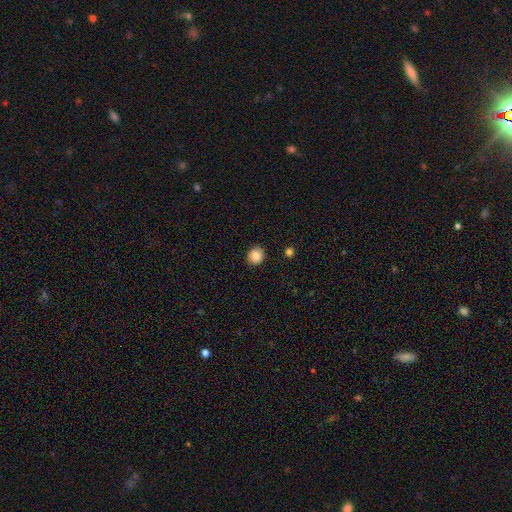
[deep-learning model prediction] smooth-or-featured: smooth: 86% | star or artifact: 9% | featured or disk: 4%
  how-rounded: round: 83% | in between: 16% | cigar-shaped: 1%
  merging: none: 89% | minor disturbance: 8% | major disturbance: 2% | merger: 1%